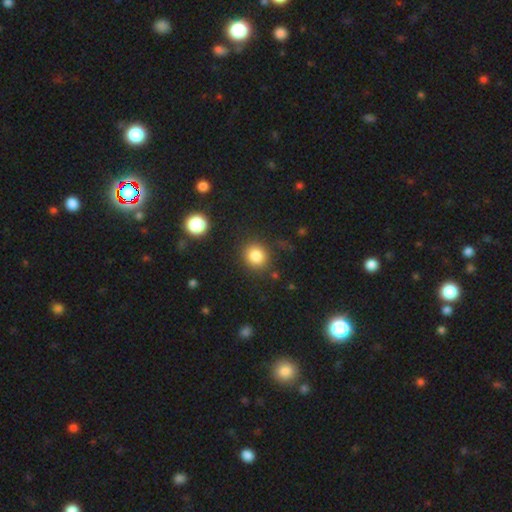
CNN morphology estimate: Overall: smooth (84%). How rounded: round (81%). Merging: none (84%).